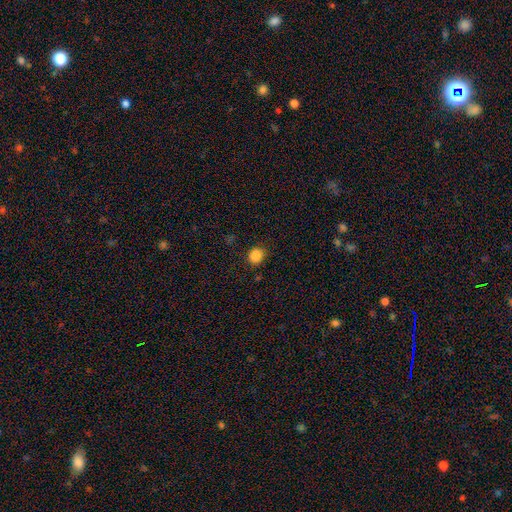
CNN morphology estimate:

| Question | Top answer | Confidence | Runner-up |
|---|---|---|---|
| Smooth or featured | smooth | 85% | star or artifact (11%) |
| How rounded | round | 71% | in between (29%) |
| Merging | none | 82% | minor disturbance (13%) |